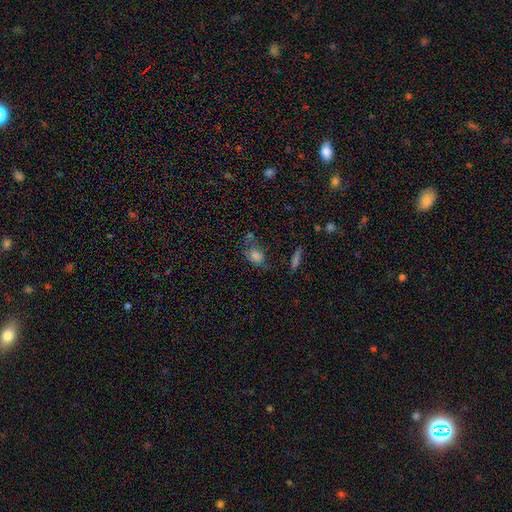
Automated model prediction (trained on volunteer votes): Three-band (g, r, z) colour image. It shows a smooth galaxy with no disk features (72%) that is in between round and cigar-shaped (64%). Merging: none (60%).